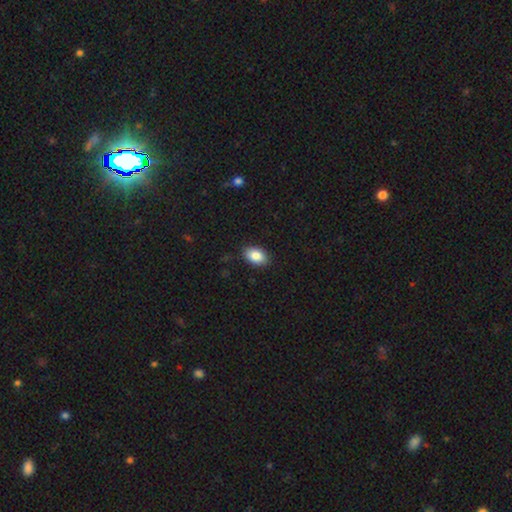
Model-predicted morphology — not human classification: Smooth or featured: smooth — 86% (star or artifact — 7%)
How rounded: in between — 89% (round — 10%)
Merging: none — 87% (minor disturbance — 9%)